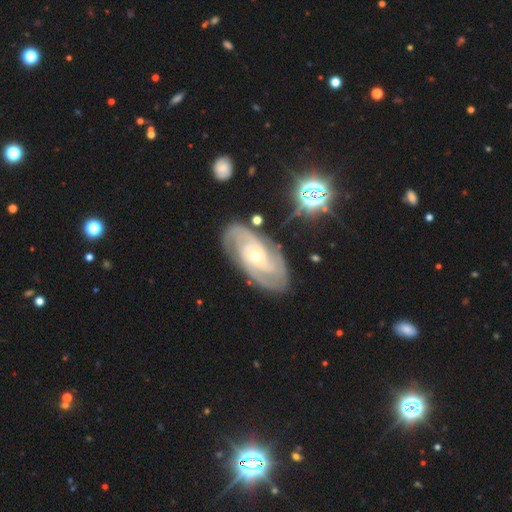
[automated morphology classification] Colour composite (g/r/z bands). It shows a featured or disk galaxy (87%) with no bar (70%), 2 (39%) tight (63%) spiral arms (97%) and a small central bulge (63%). Merging: none (77%).